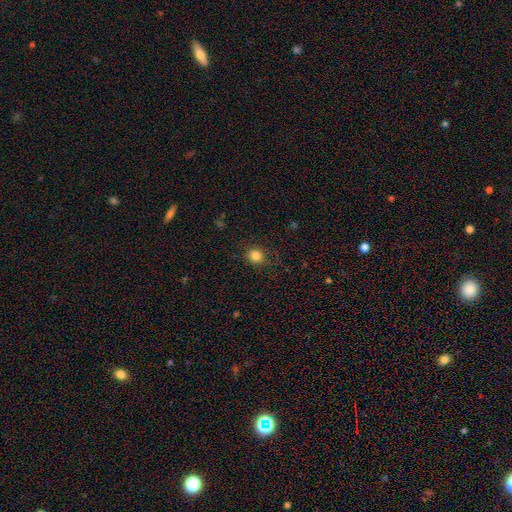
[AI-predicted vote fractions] Smooth or featured? smooth (84%)
How rounded? round (87%)
Merging? none (87%)